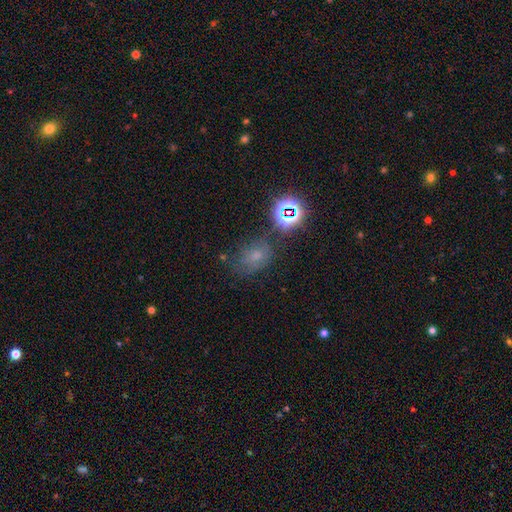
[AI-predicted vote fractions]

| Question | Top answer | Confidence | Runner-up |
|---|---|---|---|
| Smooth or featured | smooth | 46% | star or artifact (35%) |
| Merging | none | 60% | minor disturbance (22%) |